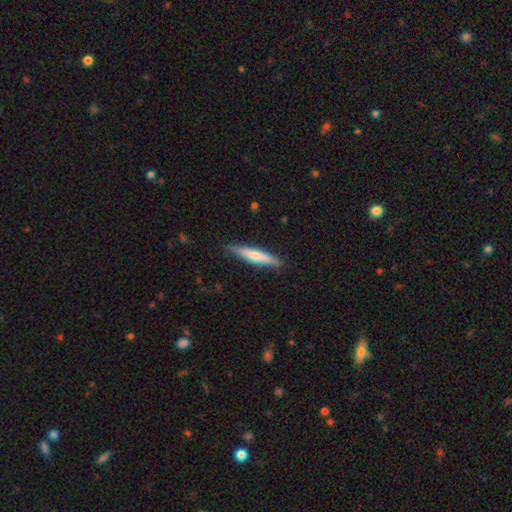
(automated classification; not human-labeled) Smooth or featured? Predicted: smooth (p=0.55). How rounded? Predicted: cigar-shaped (p=0.92). Merging? Predicted: none (p=0.86).